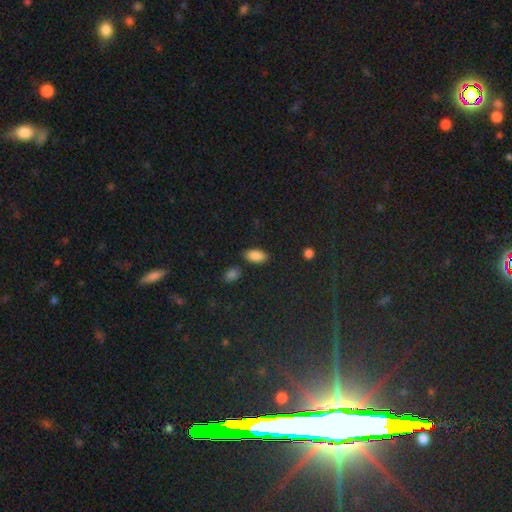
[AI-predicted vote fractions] This is clearly a smooth galaxy (88%). How rounded: clearly in between (93%). Merging: clearly none (82%).